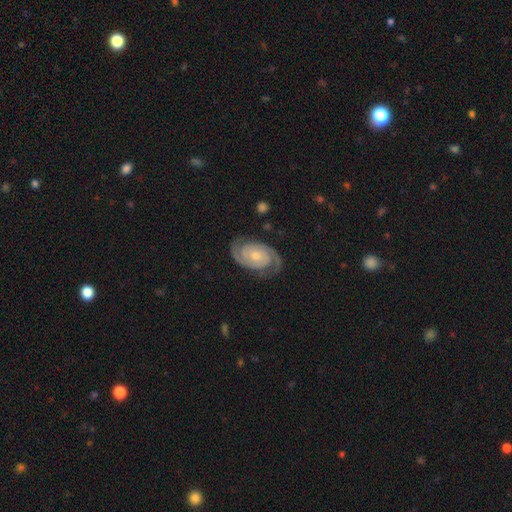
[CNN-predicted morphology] Smooth or featured: featured or disk — 92% (star or artifact — 4%)
Edge-on disk: no — 98% (yes — 2%)
Bar: no — 73% (weak — 21%)
Spiral arms: yes — 98% (no — 2%)
Spiral winding: tight — 66% (medium — 29%)
Spiral arm count: 2 — 93% (can't tell — 2%)
Bulge size: small — 49% (moderate — 45%)
Merging: none — 84% (minor disturbance — 11%)